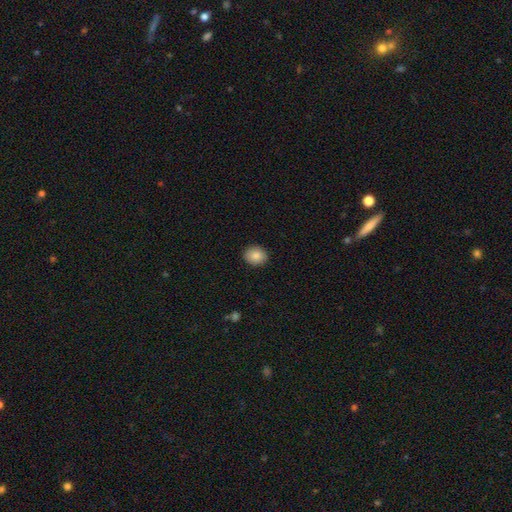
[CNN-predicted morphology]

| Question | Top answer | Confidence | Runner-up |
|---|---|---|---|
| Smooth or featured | smooth | 85% | star or artifact (8%) |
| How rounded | round | 65% | in between (35%) |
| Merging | none | 91% | minor disturbance (7%) |